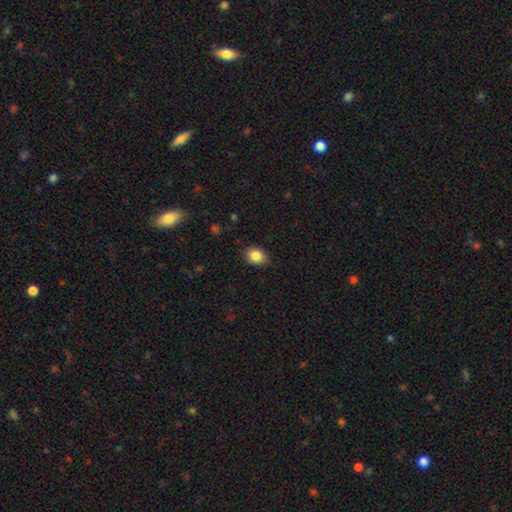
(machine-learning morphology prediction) smooth-or-featured: smooth: 85% | star or artifact: 9% | featured or disk: 6%
  how-rounded: in between: 52% | round: 47% | cigar-shaped: 1%
  merging: none: 84% | minor disturbance: 12% | major disturbance: 2% | merger: 1%